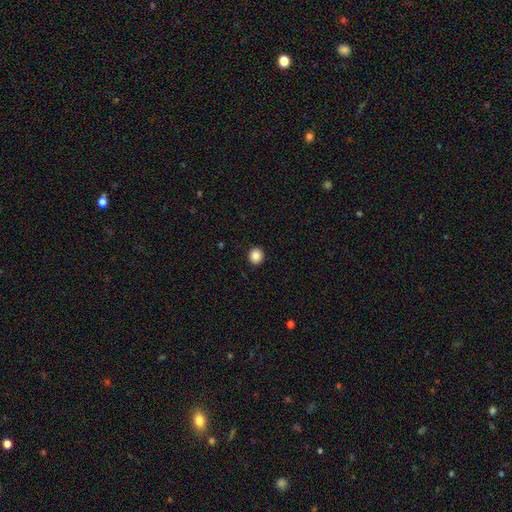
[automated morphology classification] The model was most divided on "smooth or featured": smooth: 87%, star or artifact: 10%, featured or disk: 3%. More confident: merging — none (93%); how rounded — round (90%).